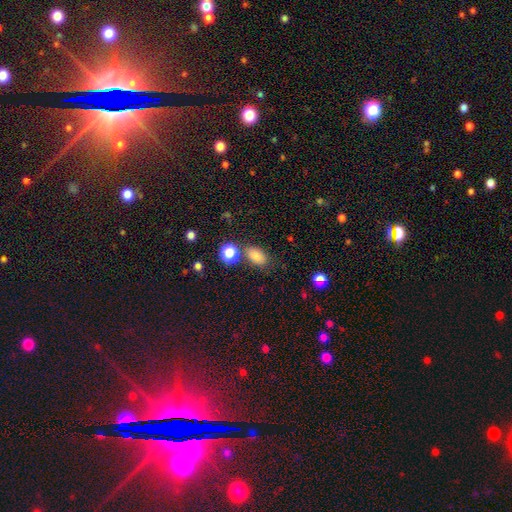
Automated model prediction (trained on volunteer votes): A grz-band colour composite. It shows a smooth galaxy with no disk features (79%) that is in between round and cigar-shaped (84%). Merging: none (74%).